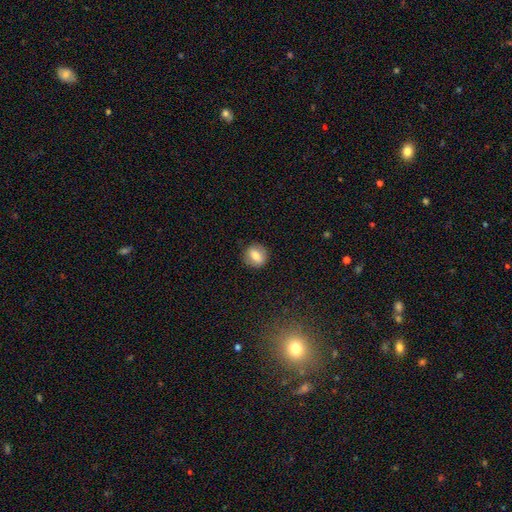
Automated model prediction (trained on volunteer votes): This is likely a smooth galaxy (73%). How rounded: likely round (71%). Merging: clearly none (87%).